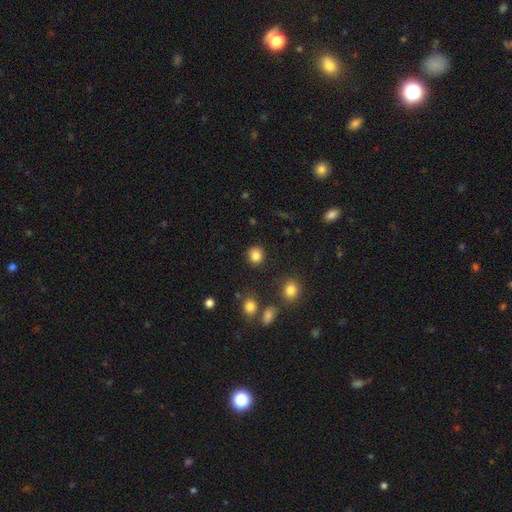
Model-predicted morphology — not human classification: smooth-or-featured: smooth: 84% | star or artifact: 11% | featured or disk: 5%
  how-rounded: round: 89% | in between: 10% | cigar-shaped: 1%
  merging: none: 88% | minor disturbance: 7% | major disturbance: 3% | merger: 2%